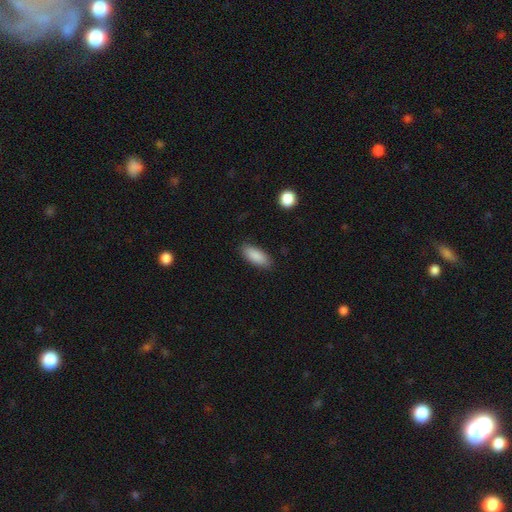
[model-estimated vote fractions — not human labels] smooth_or_featured: smooth (p=0.88) [alt: star or artifact p=0.07]
how_rounded: in between (p=0.80) [alt: cigar-shaped p=0.18]
merging: none (p=0.86) [alt: minor disturbance p=0.11]